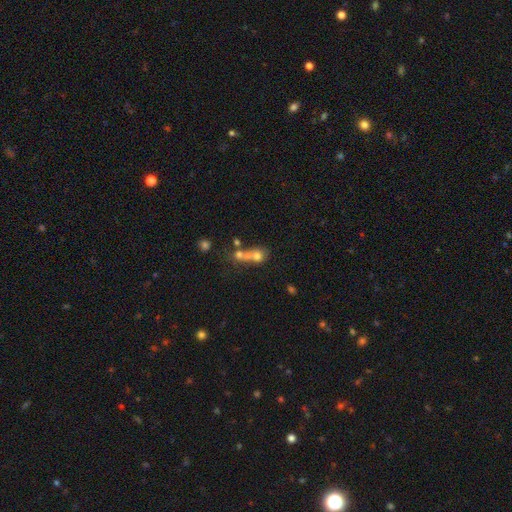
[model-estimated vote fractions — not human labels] Smooth or featured?
  - smooth: 59% *
  - featured or disk: 24%
  - star or artifact: 17%
How rounded?
  - round: 69% *
  - in between: 28%
  - cigar-shaped: 3%
Merging?
  - merger: 60% *
  - none: 25%
  - major disturbance: 7%
  - minor disturbance: 7%